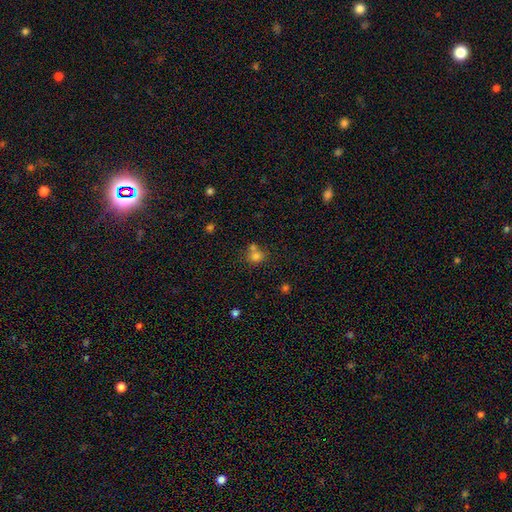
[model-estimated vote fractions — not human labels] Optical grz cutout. It shows a smooth galaxy with no disk features (75%) that is round (77%). Merging: none (49%).